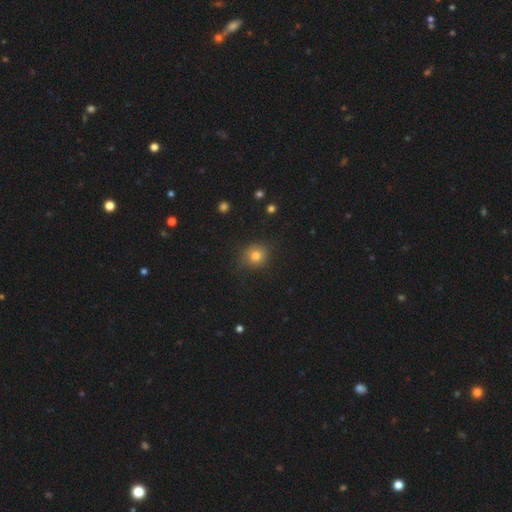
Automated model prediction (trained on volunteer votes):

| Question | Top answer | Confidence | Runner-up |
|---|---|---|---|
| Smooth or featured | smooth | 79% | star or artifact (14%) |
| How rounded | round | 85% | in between (14%) |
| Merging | none | 83% | minor disturbance (12%) |